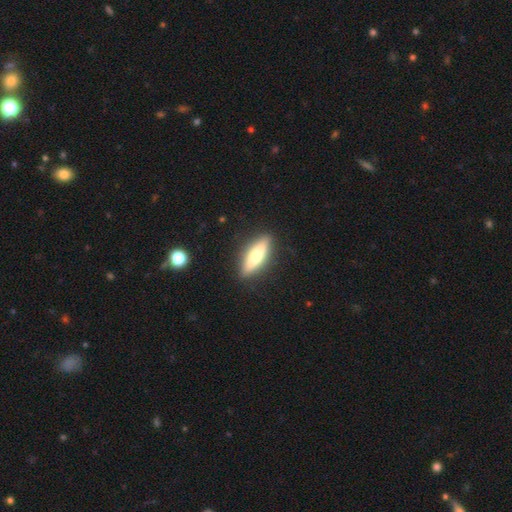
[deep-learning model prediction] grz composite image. It shows a smooth galaxy with no disk features (53%) that is cigar-shaped (64%). Merging: none (89%).